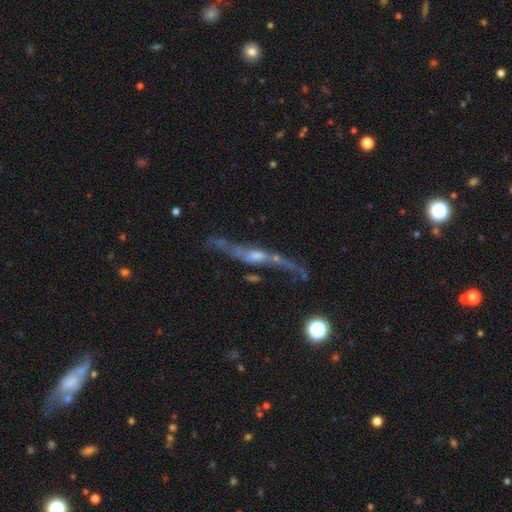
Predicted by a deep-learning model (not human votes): featured or disk 71%, smooth 17%, star or artifact 12%. Down the decision tree: edge-on disk — yes (61%); merging — none (46%).